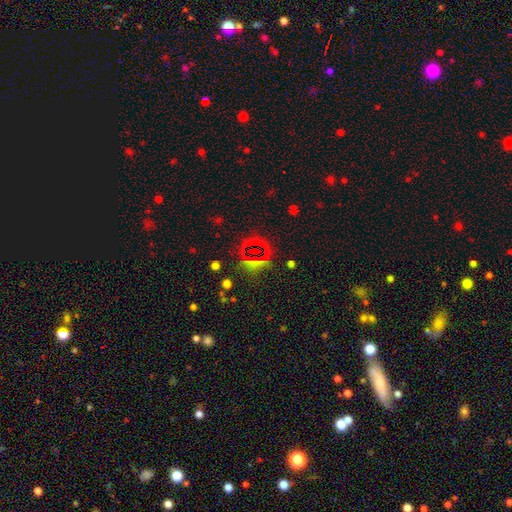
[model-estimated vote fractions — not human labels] star or artifact 58%, smooth 32%, featured or disk 10%.